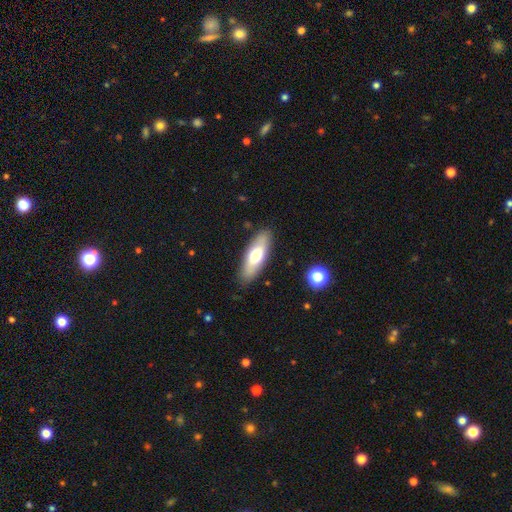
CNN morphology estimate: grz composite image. It shows a smooth galaxy with no disk features (66%) that is in between round and cigar-shaped (63%). Merging: none (87%).